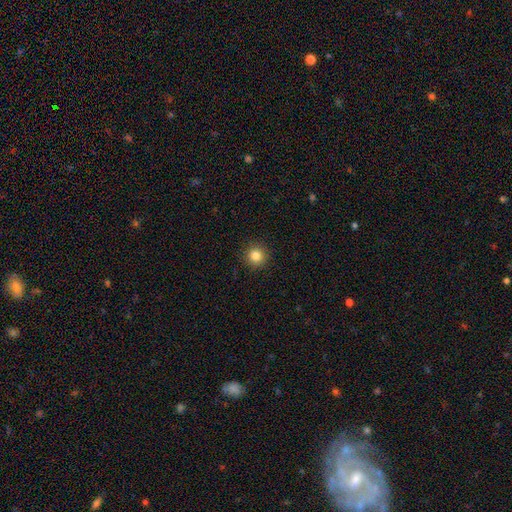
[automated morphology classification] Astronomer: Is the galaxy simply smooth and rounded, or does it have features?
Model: smooth — 84%.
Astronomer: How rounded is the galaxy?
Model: round — 95%.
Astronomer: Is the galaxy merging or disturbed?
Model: none — 92%.